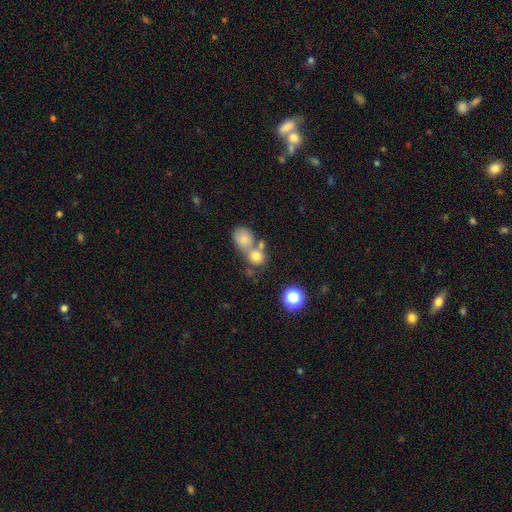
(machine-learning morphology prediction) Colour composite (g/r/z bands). It shows a smooth galaxy with no disk features (73%) that is round (75%). Merging: merger (54%).